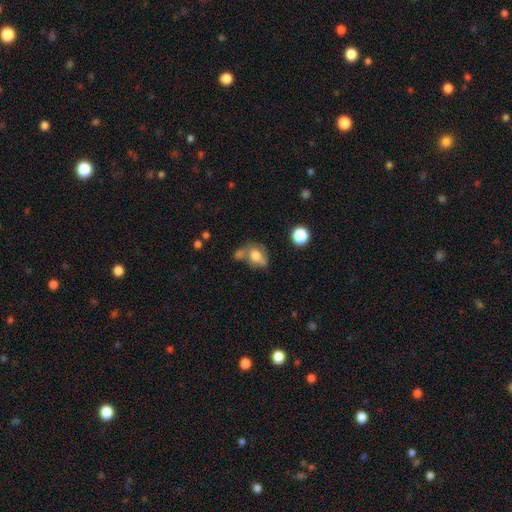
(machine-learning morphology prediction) A smooth galaxy with no disk features (63%) that is in between round and cigar-shaped (58%). Merging: merger (34%).